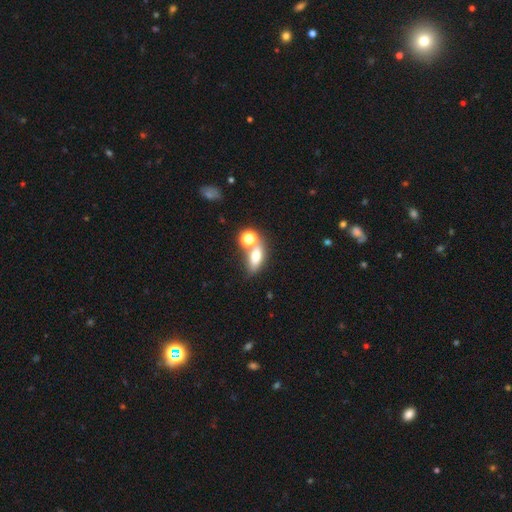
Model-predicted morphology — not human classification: A smooth galaxy with no disk features (68%) that is in between round and cigar-shaped (67%). Merging: none (52%).